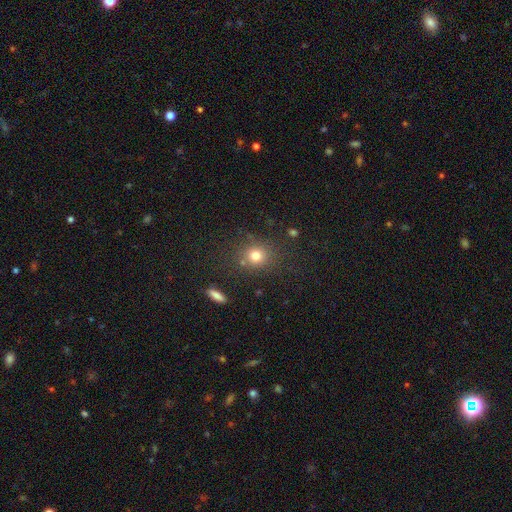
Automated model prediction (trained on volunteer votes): Overall: smooth (77%). How rounded: round (82%). Merging: none (79%).